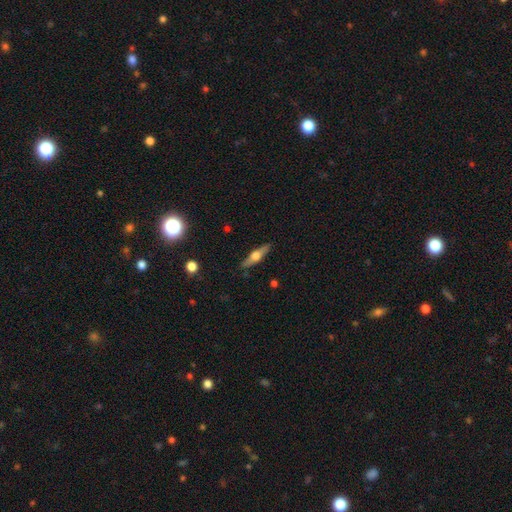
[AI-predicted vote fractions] Q: Smooth or featured?
A: featured or disk (63%); runner-up: smooth (31%)
Q: Edge-on disk?
A: yes (95%); runner-up: no (5%)
Q: Edge-on bulge?
A: rounded (94%); runner-up: boxy (4%)
Q: Merging?
A: none (88%); runner-up: minor disturbance (8%)